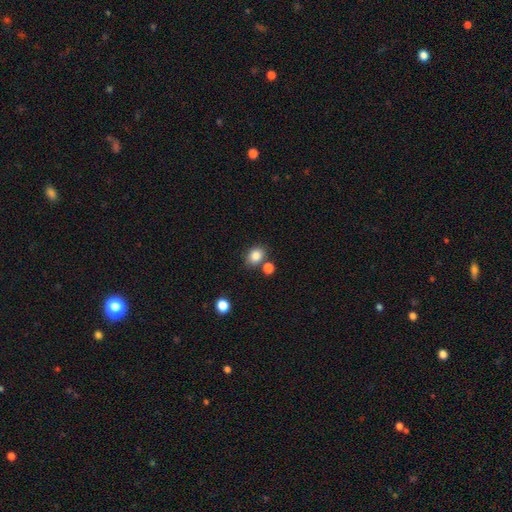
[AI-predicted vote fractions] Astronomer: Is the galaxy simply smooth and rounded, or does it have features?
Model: smooth — 85%.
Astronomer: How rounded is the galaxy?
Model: in between — 54% (runner-up: round, 45%).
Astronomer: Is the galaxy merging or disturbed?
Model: none — 71%.